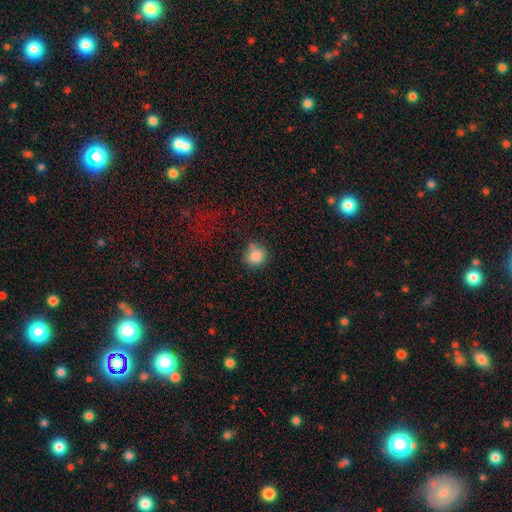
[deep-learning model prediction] The model was most divided on "merging": none: 67%, minor disturbance: 18%, merger: 9%, major disturbance: 5%. More confident: smooth or featured — smooth (85%); how rounded — round (82%).